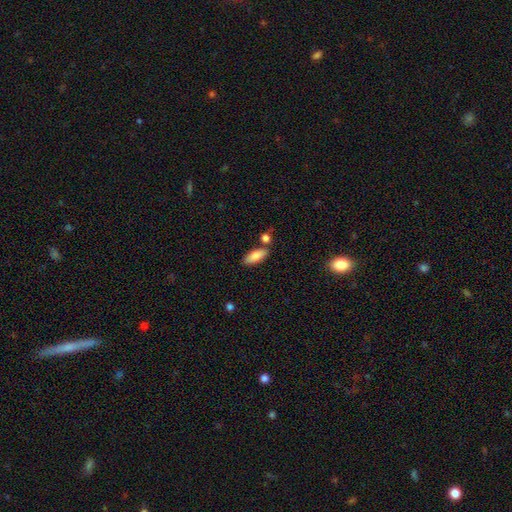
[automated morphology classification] Q: Smooth or featured?
A: smooth (85%); runner-up: featured or disk (8%)
Q: How rounded?
A: in between (76%); runner-up: cigar-shaped (22%)
Q: Merging?
A: none (76%); runner-up: minor disturbance (12%)